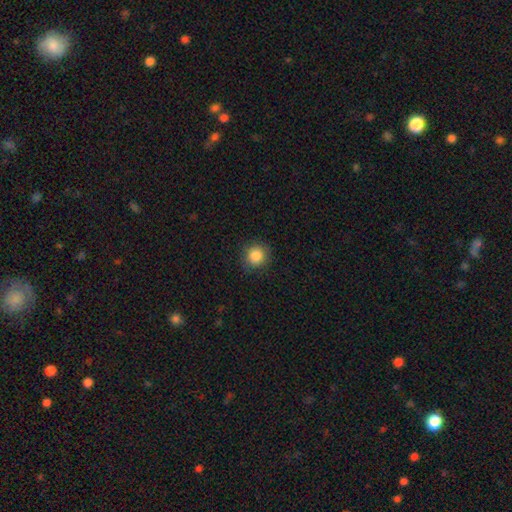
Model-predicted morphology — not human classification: smooth_or_featured: smooth (p=0.85) [alt: star or artifact p=0.10]
how_rounded: round (p=0.90) [alt: in between p=0.09]
merging: none (p=0.89) [alt: minor disturbance p=0.08]